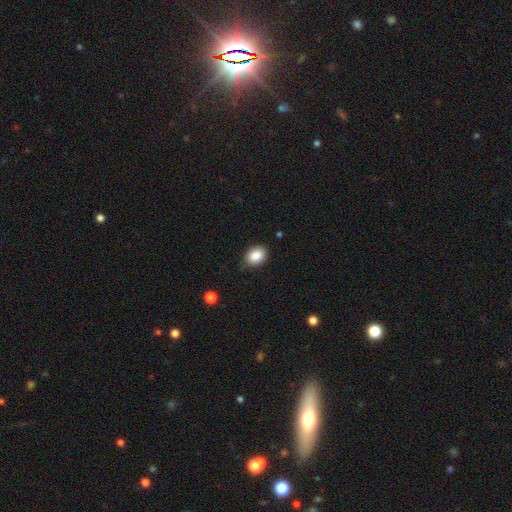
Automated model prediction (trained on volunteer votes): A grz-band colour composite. It shows a smooth galaxy with no disk features (87%) that is in between round and cigar-shaped (71%). Merging: none (80%).